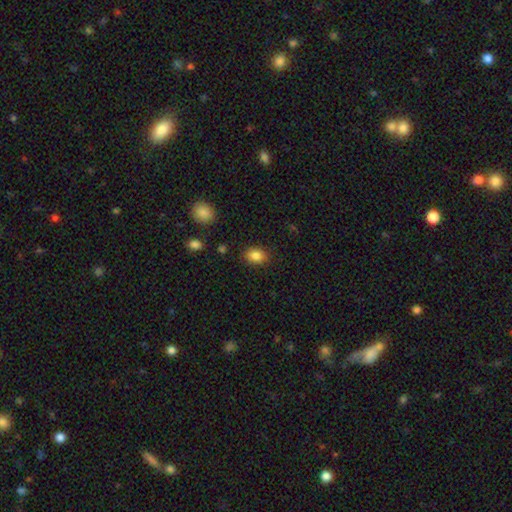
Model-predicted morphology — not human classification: Smooth or featured? Predicted: smooth (p=0.86). How rounded? Predicted: in between (p=0.66). Merging? Predicted: none (p=0.85).